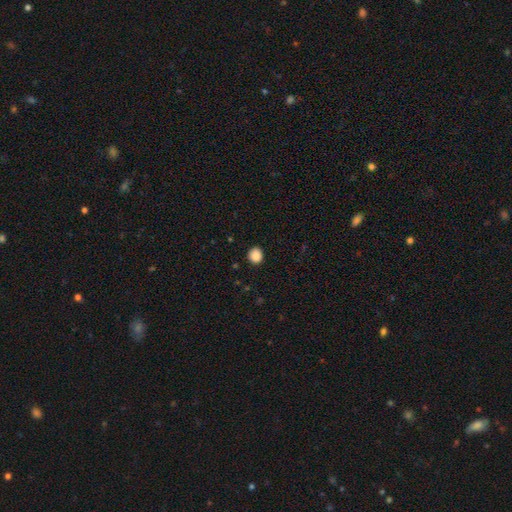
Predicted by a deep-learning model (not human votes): A smooth galaxy with no disk features (88%) that is round (83%).

Vote fractions:
- Smooth or featured? smooth: 88% / star or artifact: 9% / featured or disk: 3%
- How rounded? round: 83% / in between: 16% / cigar-shaped: 1%
- Merging? none: 90% / minor disturbance: 7% / major disturbance: 2% / merger: 1%